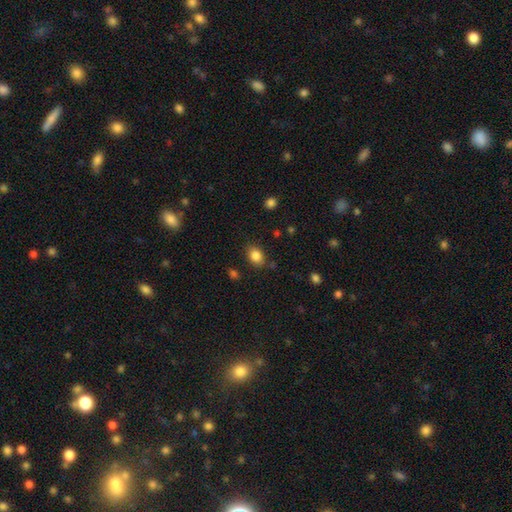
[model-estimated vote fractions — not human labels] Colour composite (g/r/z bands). It shows a smooth galaxy with no disk features (85%) that is in between round and cigar-shaped (69%). Merging: none (81%).